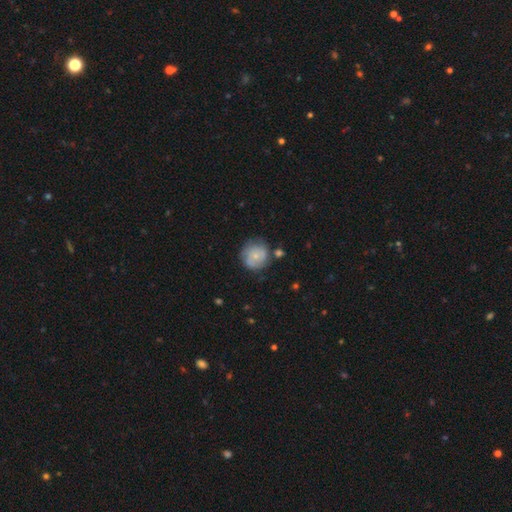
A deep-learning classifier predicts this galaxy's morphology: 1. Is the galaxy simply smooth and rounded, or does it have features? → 59% smooth, 34% featured or disk, 8% star or artifact.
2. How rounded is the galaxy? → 90% round, 9% in between, 1% cigar-shaped.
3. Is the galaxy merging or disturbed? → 67% none, 21% minor disturbance, 7% major disturbance, 5% merger.